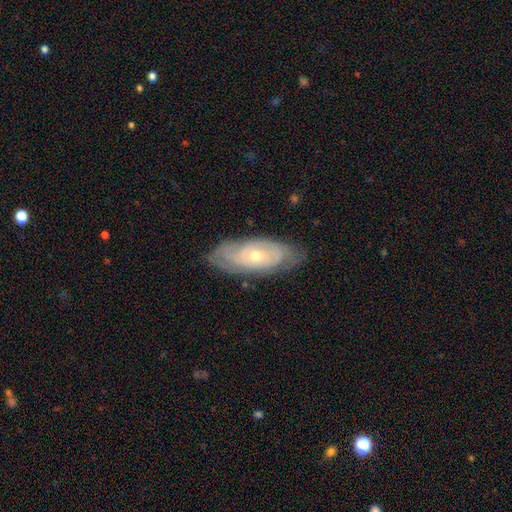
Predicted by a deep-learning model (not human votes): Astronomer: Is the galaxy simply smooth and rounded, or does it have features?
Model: featured or disk — 74%.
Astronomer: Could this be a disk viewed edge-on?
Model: no — 88%.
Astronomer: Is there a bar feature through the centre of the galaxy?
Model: no — 80%.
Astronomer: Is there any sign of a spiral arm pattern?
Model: yes — 84%.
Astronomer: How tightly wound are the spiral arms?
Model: tight — 72%.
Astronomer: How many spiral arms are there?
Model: can't tell — 54%.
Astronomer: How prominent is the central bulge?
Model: small — 55% (runner-up: moderate, 42%).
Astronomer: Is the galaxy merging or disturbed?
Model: none — 75%.